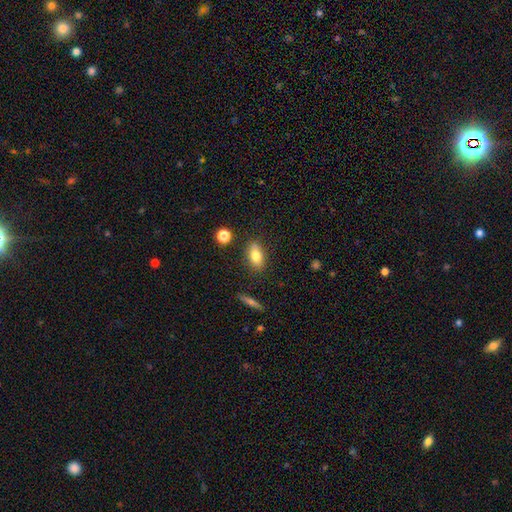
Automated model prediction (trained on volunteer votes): Smooth or featured?
  - smooth: 78% *
  - featured or disk: 14%
  - star or artifact: 8%
How rounded?
  - in between: 82% *
  - cigar-shaped: 11%
  - round: 7%
Merging?
  - none: 83% *
  - minor disturbance: 11%
  - merger: 3%
  - major disturbance: 3%